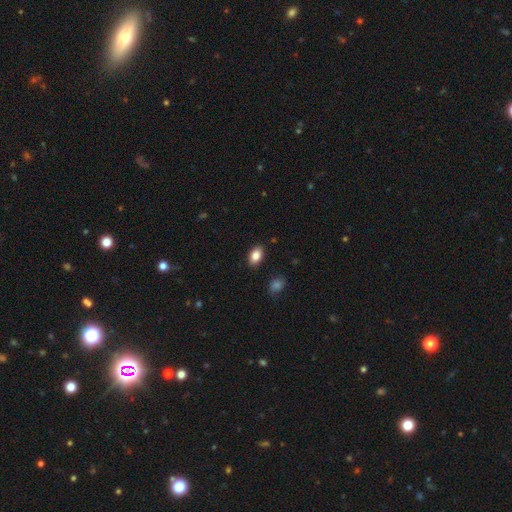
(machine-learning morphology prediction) Smooth or featured? Predicted: smooth (p=0.86). How rounded? Predicted: in between (p=0.89). Merging? Predicted: none (p=0.88).